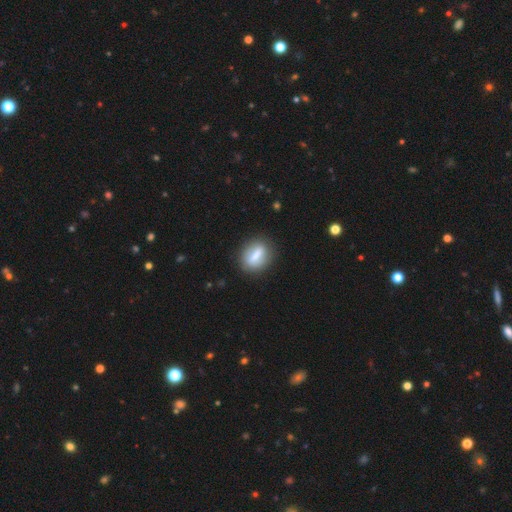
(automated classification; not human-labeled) Smooth or featured: smooth — 58% (featured or disk — 34%)
How rounded: in between — 57% (round — 23%)
Merging: none — 82% (minor disturbance — 12%)